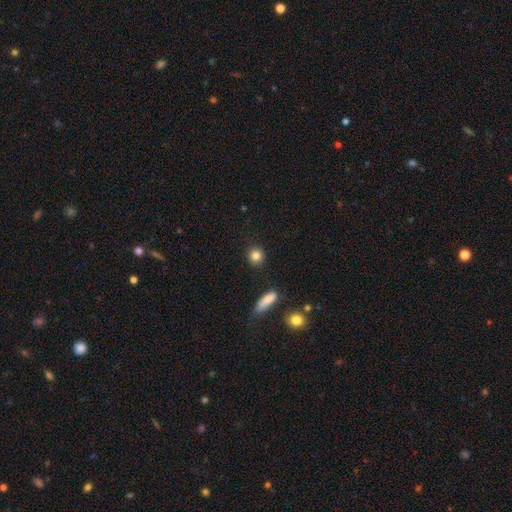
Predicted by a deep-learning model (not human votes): Smooth or featured: smooth — 84% (star or artifact — 10%)
How rounded: round — 88% (in between — 10%)
Merging: none — 89% (minor disturbance — 7%)